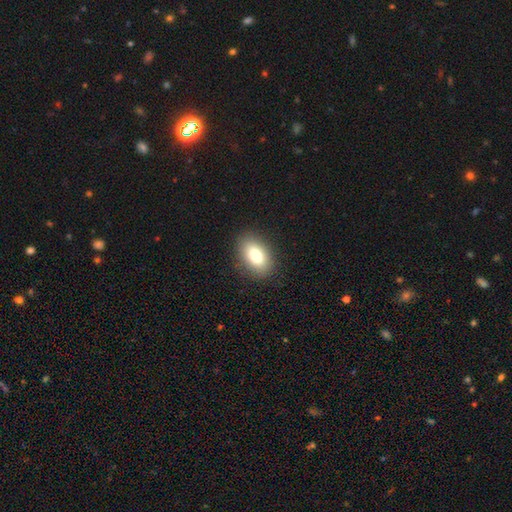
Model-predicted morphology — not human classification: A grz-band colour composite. It shows a smooth galaxy with no disk features (83%) that is in between round and cigar-shaped (90%). Merging: none (88%).